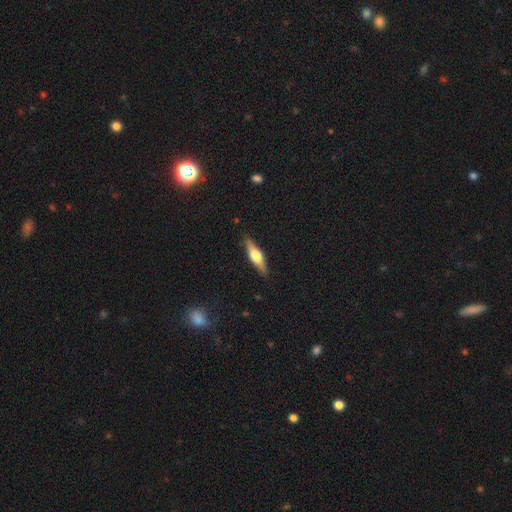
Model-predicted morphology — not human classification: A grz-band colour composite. It shows a featured or disk galaxy (56%) viewed edge-on (95%) with a rounded central bulge (90%). Merging: none (88%).